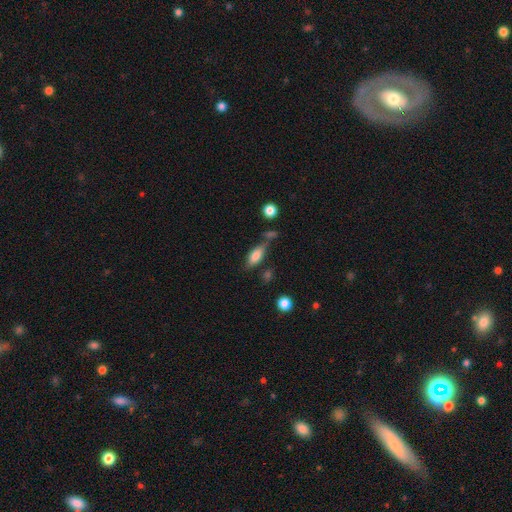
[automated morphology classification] This appears to be a smooth galaxy with no disk features (74%) that is in between round and cigar-shaped (75%). Merging: none (58%).